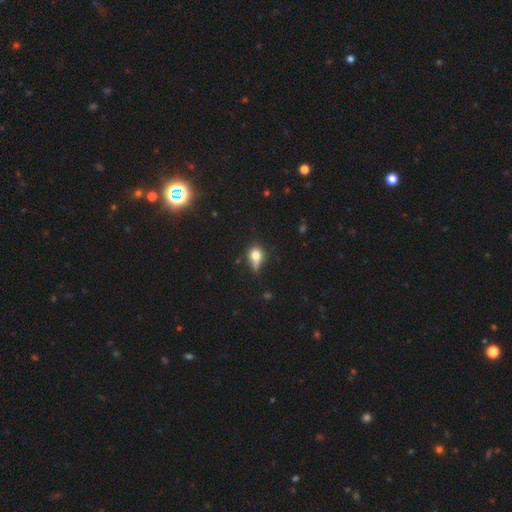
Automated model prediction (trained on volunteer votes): Q: Smooth or featured?
A: smooth (71%); runner-up: featured or disk (16%)
Q: How rounded?
A: round (52%); runner-up: in between (44%)
Q: Merging?
A: none (43%); runner-up: minor disturbance (34%)